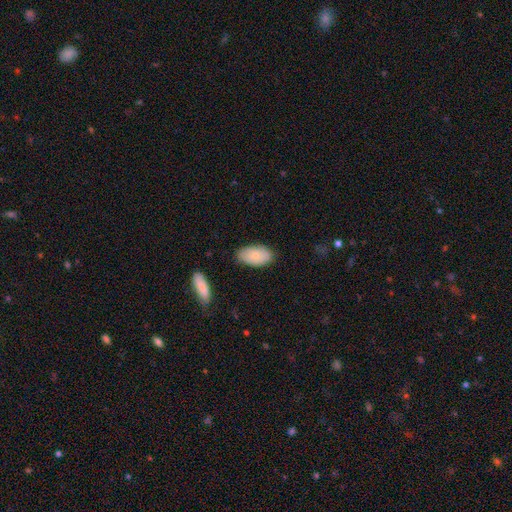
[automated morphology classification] Overall: smooth (75%). How rounded: in between (94%). Merging: none (75%).